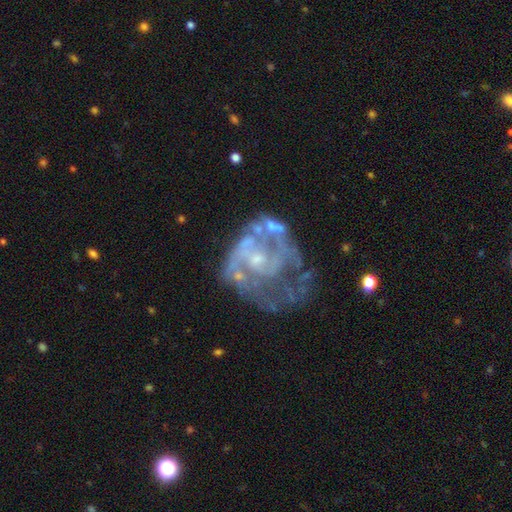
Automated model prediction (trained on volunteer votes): A featured or disk galaxy (81%) with no bar (74%), spiral arms (62%) and a small central bulge (54%). Merging: none (35%, tied with major disturbance).